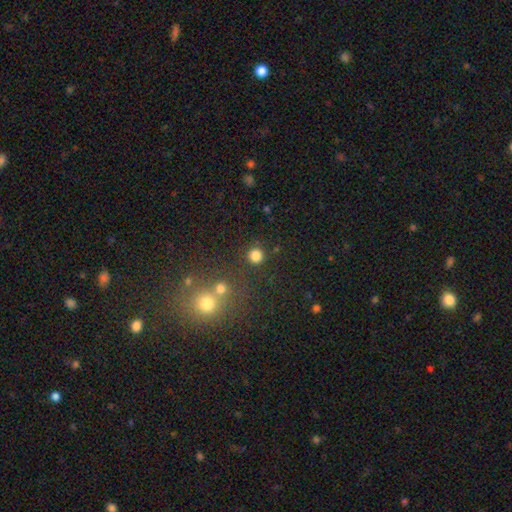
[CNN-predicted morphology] smooth-or-featured: smooth: 82% | star or artifact: 14% | featured or disk: 4%
  how-rounded: round: 94% | in between: 5% | cigar-shaped: 1%
  merging: none: 88% | minor disturbance: 6% | merger: 4% | major disturbance: 3%